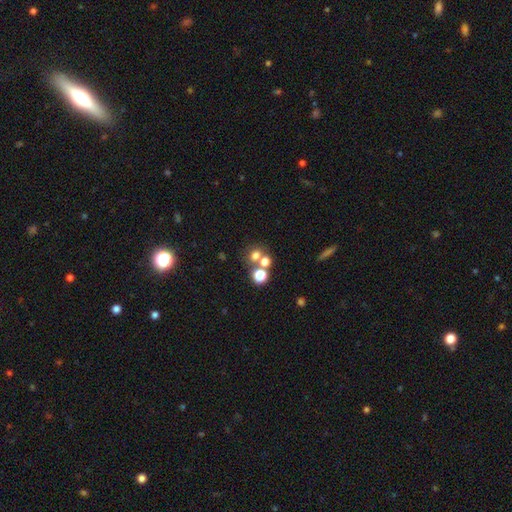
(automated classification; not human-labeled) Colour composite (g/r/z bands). It shows a smooth galaxy with no disk features (66%) that is round (73%). Merging: none (50%).